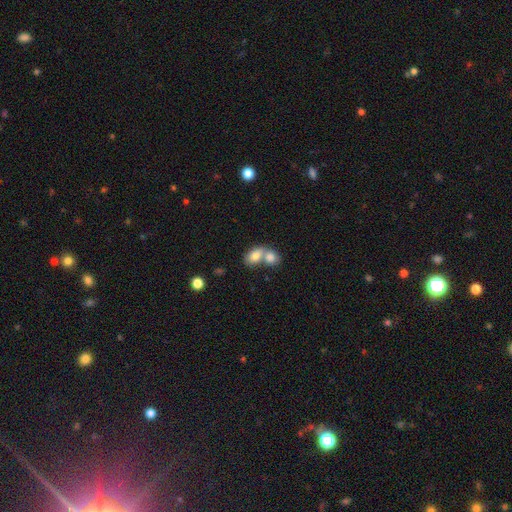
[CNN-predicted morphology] smooth-or-featured: smooth: 79% | featured or disk: 13% | star or artifact: 8%
  how-rounded: in between: 80% | round: 18% | cigar-shaped: 2%
  merging: merger: 68% | none: 23% | minor disturbance: 6% | major disturbance: 3%